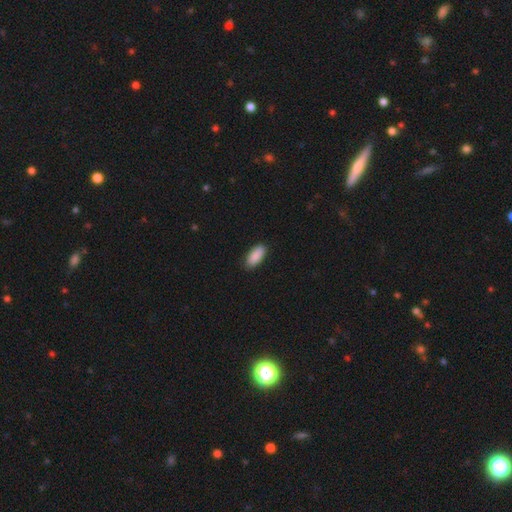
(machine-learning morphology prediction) Smooth or featured?
  - smooth: 90% *
  - star or artifact: 6%
  - featured or disk: 4%
How rounded?
  - in between: 88% *
  - cigar-shaped: 10%
  - round: 2%
Merging?
  - none: 88% *
  - minor disturbance: 9%
  - major disturbance: 2%
  - merger: 1%